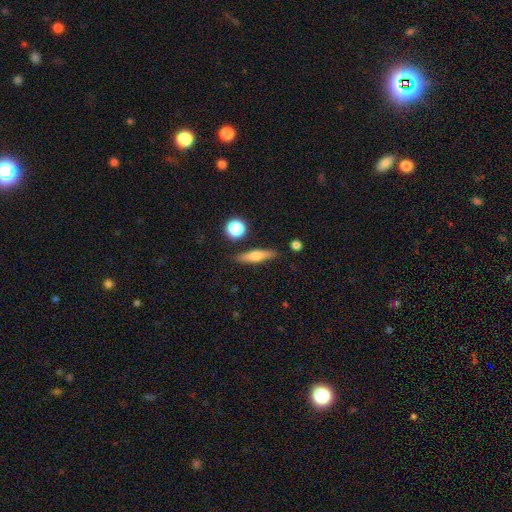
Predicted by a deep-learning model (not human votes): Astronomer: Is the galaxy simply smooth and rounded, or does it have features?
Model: smooth — 55% (runner-up: featured or disk, 37%).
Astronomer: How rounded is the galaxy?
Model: cigar-shaped — 72%.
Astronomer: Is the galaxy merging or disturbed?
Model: none — 84%.